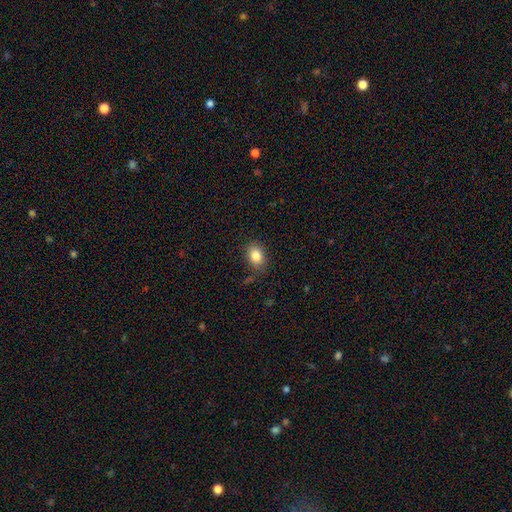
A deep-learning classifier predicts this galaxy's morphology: Overall: smooth (84%). How rounded: in between (71%). Merging: none (83%).